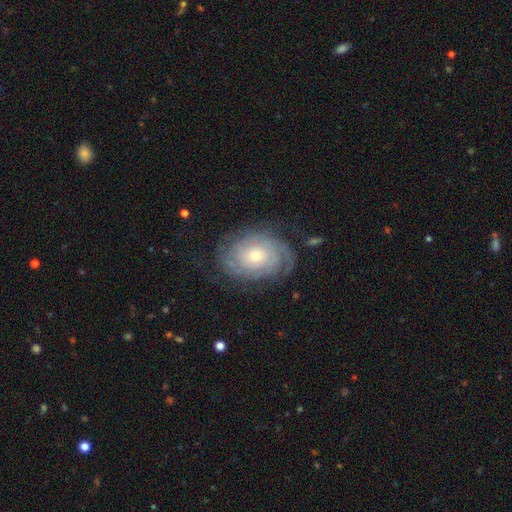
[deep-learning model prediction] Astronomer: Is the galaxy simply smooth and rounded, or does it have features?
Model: featured or disk — 82%.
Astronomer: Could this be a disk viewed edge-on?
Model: no — 97%.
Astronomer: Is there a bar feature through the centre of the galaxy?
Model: no — 79%.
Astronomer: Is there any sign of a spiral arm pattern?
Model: yes — 95%.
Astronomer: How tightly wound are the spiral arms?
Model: tight — 78%.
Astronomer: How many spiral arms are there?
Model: can't tell — 39% (runner-up: 2, 22%).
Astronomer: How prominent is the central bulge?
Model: small — 53% (runner-up: moderate, 43%).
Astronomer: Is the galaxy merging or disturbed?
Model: none — 74%.